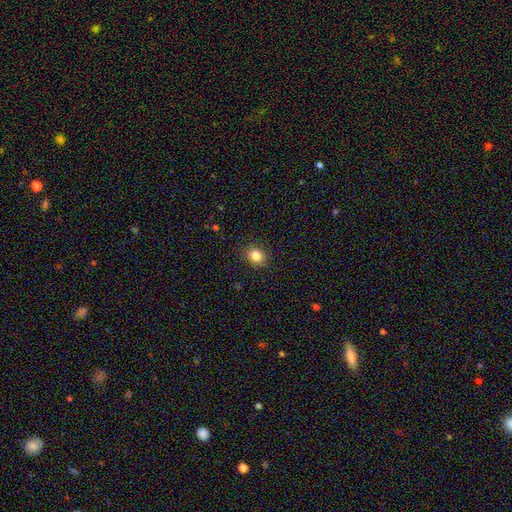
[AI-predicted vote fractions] Overall: smooth (84%). How rounded: in between (50%; round 49%). Merging: none (89%).